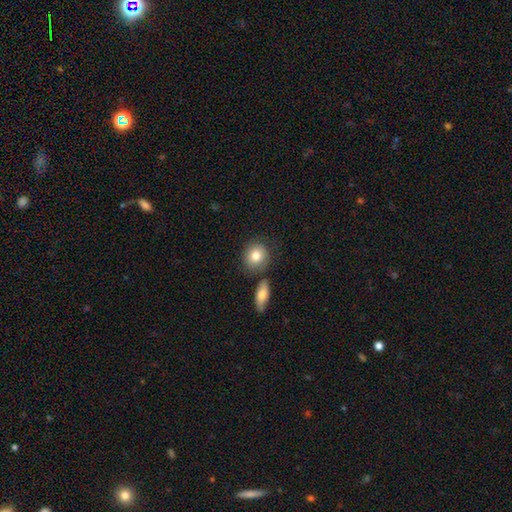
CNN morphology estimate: smooth_or_featured: smooth (p=0.81) [alt: featured or disk p=0.12]
how_rounded: round (p=0.74) [alt: in between p=0.24]
merging: none (p=0.71) [alt: merger p=0.14]